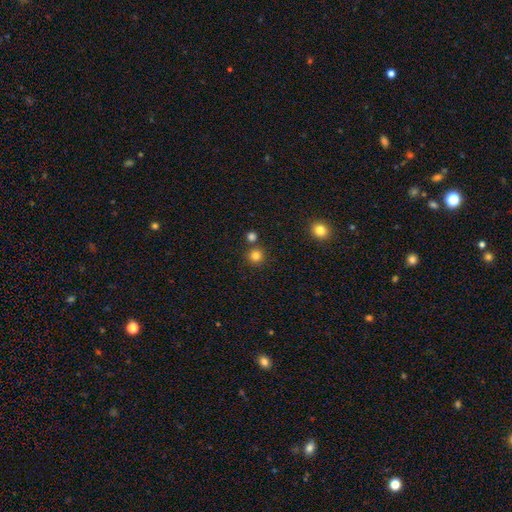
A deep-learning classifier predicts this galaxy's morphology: A smooth galaxy with no disk features (81%) that is round (93%). Merging: none (78%).